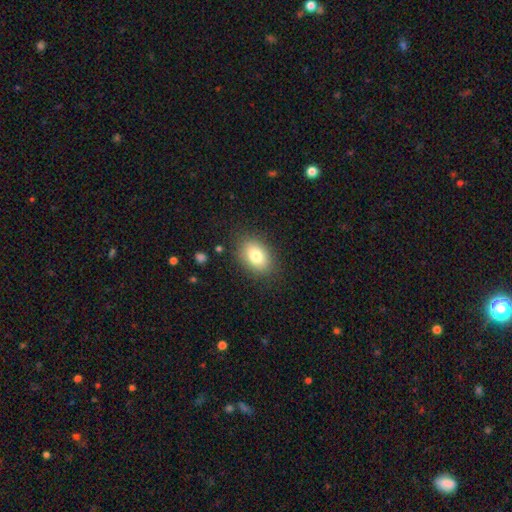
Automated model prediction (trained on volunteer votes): Morphology: type=smooth (81%); roundness=in between (79%); merging=none (85%).